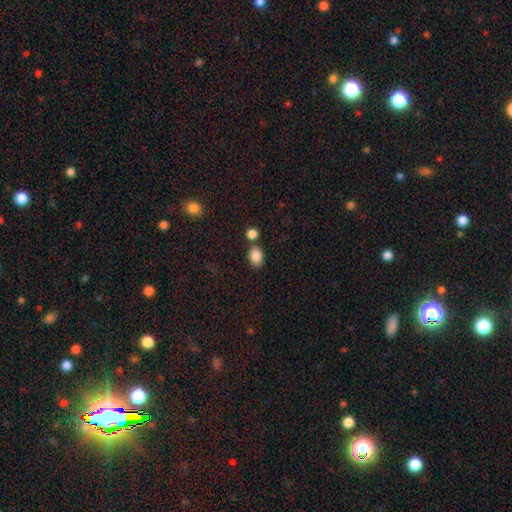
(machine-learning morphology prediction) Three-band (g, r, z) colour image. It shows a smooth galaxy with no disk features (87%) that is in between round and cigar-shaped (80%). Merging: none (69%).